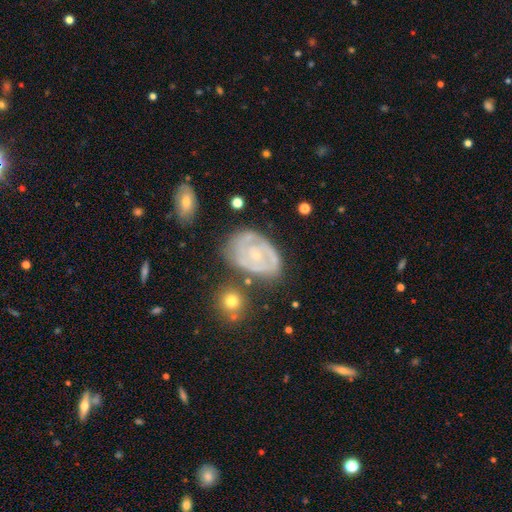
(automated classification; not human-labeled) A featured or disk galaxy (78%) with no bar (73%), 2 (37%) tight (65%) spiral arms (83%) and a small central bulge (73%).

Vote fractions:
- Smooth or featured? featured or disk: 78% / smooth: 15% / star or artifact: 6%
- Edge-on disk? no: 97% / yes: 3%
- Bar? no: 73% / weak: 23% / strong: 5%
- Spiral arms? yes: 83% / no: 17%
- Spiral winding? tight: 65% / medium: 27% / loose: 8%
- Spiral arm count? 2: 37% / can't tell: 36% / 3: 11% / 1: 9% / 4: 3% / more than 4: 3%
- Bulge size? small: 73% / moderate: 21% / none: 4% / large: 1% / dominant: 1%
- Merging? none: 63% / minor disturbance: 23% / major disturbance: 9% / merger: 5%